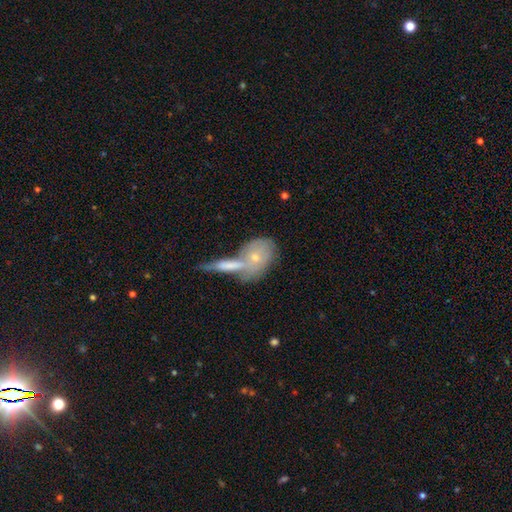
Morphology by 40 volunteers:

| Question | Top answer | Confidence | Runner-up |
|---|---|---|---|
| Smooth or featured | smooth | 52% | featured or disk (45%) |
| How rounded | in between | 76% | round (19%) |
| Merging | merger | 62% | none (26%) |